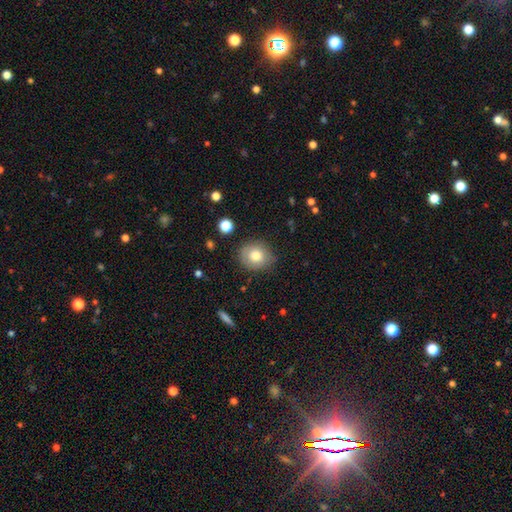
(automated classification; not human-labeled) Overall: smooth (77%). How rounded: round (79%). Merging: none (80%).